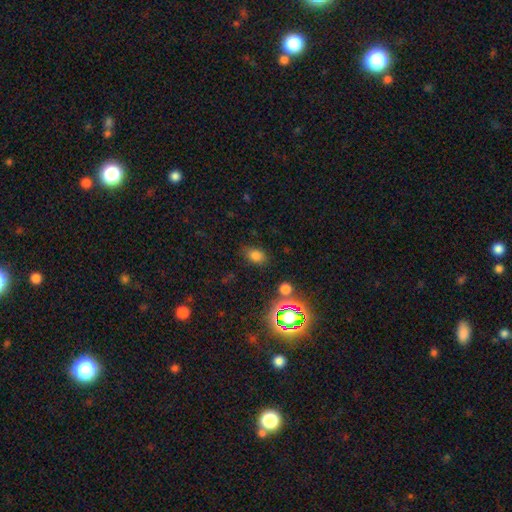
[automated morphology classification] Smooth or featured? Predicted: smooth (p=0.72). How rounded? Predicted: in between (p=0.79). Merging? Predicted: none (p=0.80).